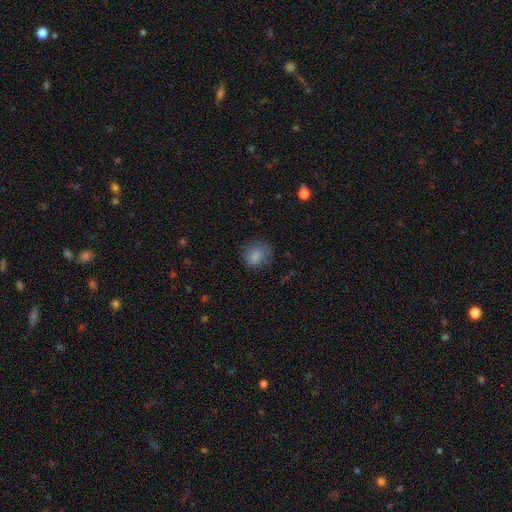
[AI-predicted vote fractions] smooth-or-featured: smooth: 82% | star or artifact: 10% | featured or disk: 8%
  how-rounded: round: 68% | in between: 31% | cigar-shaped: 1%
  merging: none: 72% | minor disturbance: 19% | major disturbance: 8% | merger: 1%